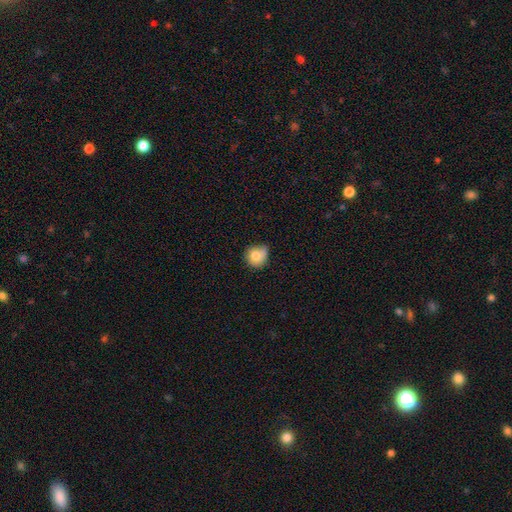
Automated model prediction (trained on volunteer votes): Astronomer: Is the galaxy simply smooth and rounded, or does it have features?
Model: smooth — 78%.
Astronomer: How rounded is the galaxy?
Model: round — 86%.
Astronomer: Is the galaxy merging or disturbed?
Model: none — 52% (runner-up: minor disturbance, 36%).